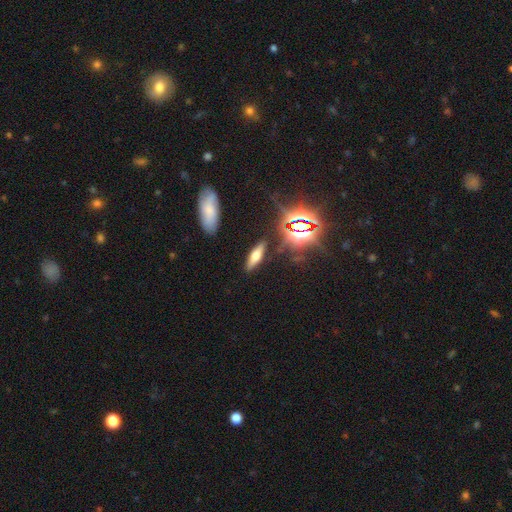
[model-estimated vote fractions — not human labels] Smooth or featured: smooth — 49% (featured or disk — 31%)
Merging: none — 86% (minor disturbance — 9%)